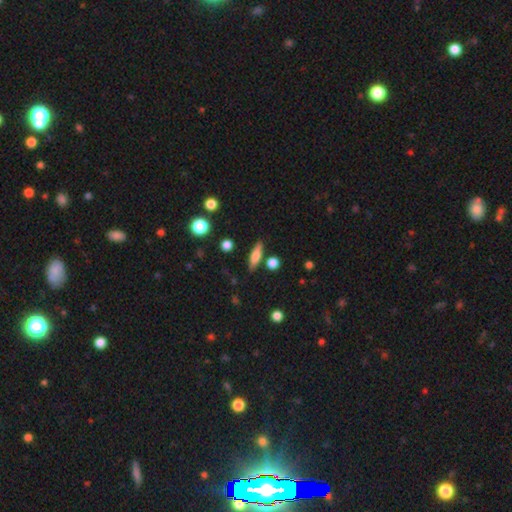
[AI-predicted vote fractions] The model was most divided on "how rounded": cigar-shaped: 62%, in between: 34%, round: 4%. More confident: merging — none (82%); smooth or featured — smooth (66%).